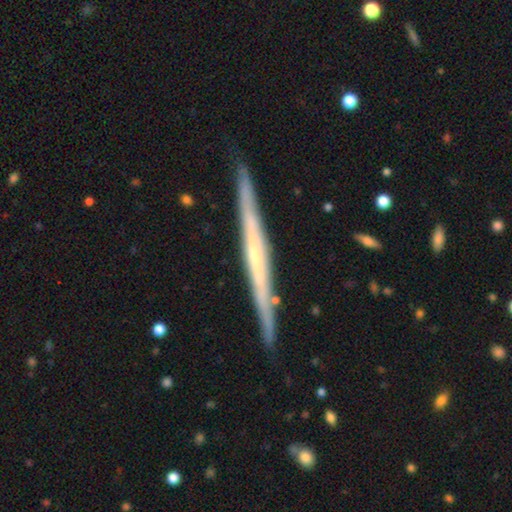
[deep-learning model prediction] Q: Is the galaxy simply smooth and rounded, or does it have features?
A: featured or disk — 73%.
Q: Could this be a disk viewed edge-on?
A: yes — 96%.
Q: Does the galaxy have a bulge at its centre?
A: none — 68%.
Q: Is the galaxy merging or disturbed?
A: none — 88%.